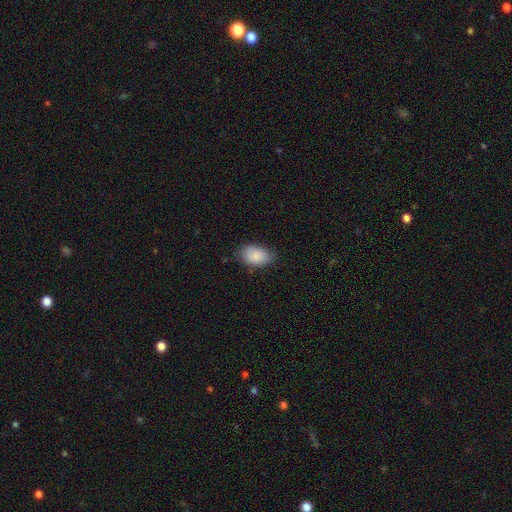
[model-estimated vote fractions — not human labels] Smooth or featured?
  - smooth: 87% *
  - star or artifact: 7%
  - featured or disk: 6%
How rounded?
  - in between: 90% *
  - round: 9%
  - cigar-shaped: 1%
Merging?
  - none: 73% *
  - minor disturbance: 22%
  - major disturbance: 4%
  - merger: 1%